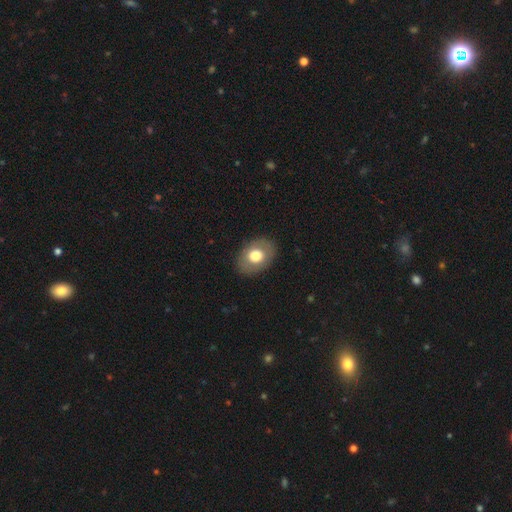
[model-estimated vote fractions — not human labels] This appears to be a smooth galaxy with no disk features (70%) that is in between round and cigar-shaped (72%). Merging: none (86%).